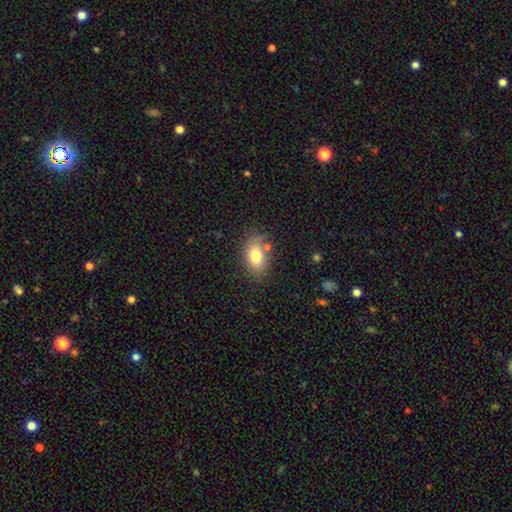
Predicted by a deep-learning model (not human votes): This is likely a smooth galaxy (76%). How rounded: likely in between (79%). Merging: likely none (68%).